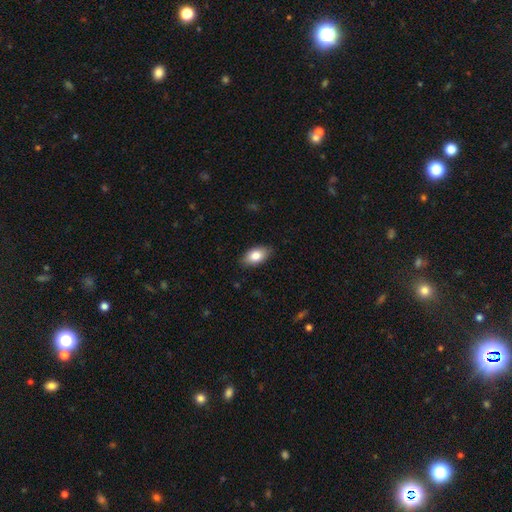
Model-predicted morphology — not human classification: Smooth or featured? smooth (83%)
How rounded? in between (92%)
Merging? none (86%)